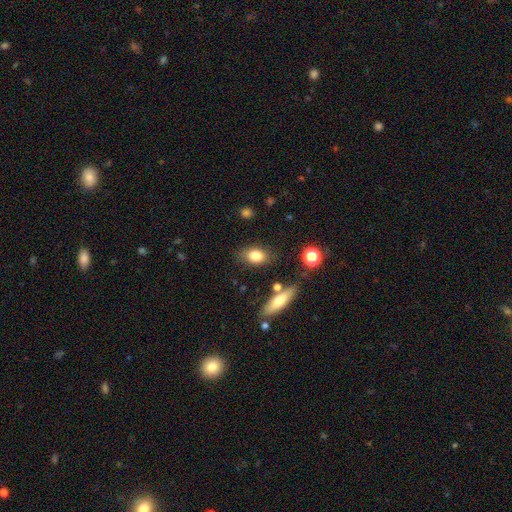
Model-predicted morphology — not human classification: smooth-or-featured: smooth: 81% | featured or disk: 11% | star or artifact: 9%
  how-rounded: in between: 77% | round: 19% | cigar-shaped: 4%
  merging: none: 77% | minor disturbance: 14% | merger: 5% | major disturbance: 4%